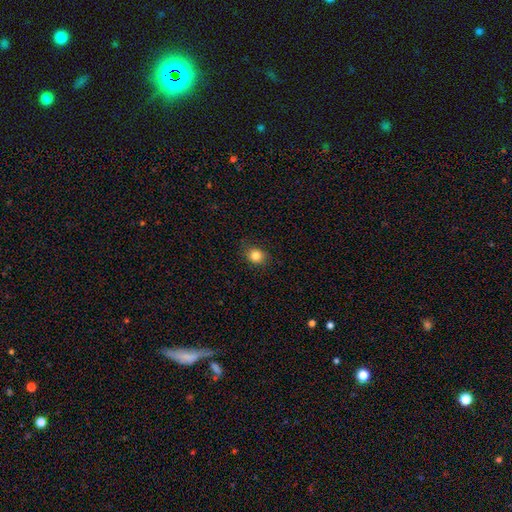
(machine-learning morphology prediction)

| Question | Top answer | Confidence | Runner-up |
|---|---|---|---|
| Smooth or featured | smooth | 83% | star or artifact (11%) |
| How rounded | round | 71% | in between (28%) |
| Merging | none | 82% | minor disturbance (14%) |